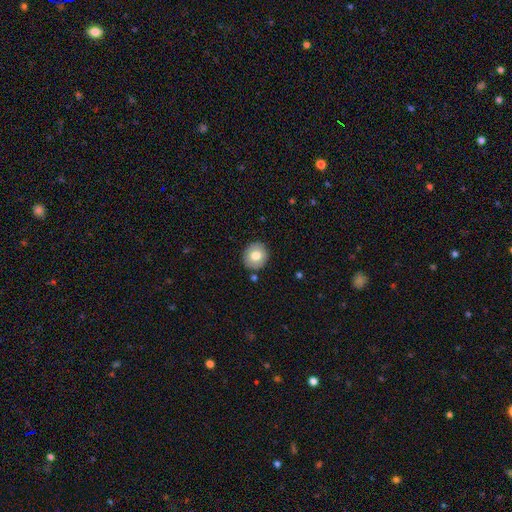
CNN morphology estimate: Smooth or featured: smooth — 75% (featured or disk — 16%)
How rounded: round — 84% (in between — 15%)
Merging: none — 88% (minor disturbance — 8%)